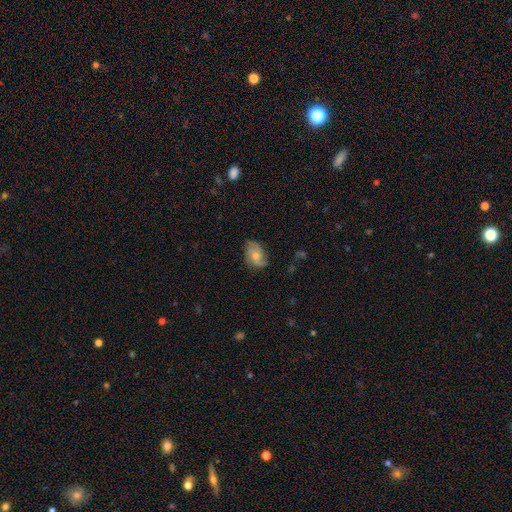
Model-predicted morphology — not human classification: Overall: featured or disk (59%; smooth 33%). Edge-on disk: no (96%). Bar: no (70%). Spiral arms: yes (89%). Spiral arm count: 2 (43%; 3 29%). Spiral winding: medium (44%; loose 33%). Bulge size: moderate (51%; small 41%). Merging: none (68%).